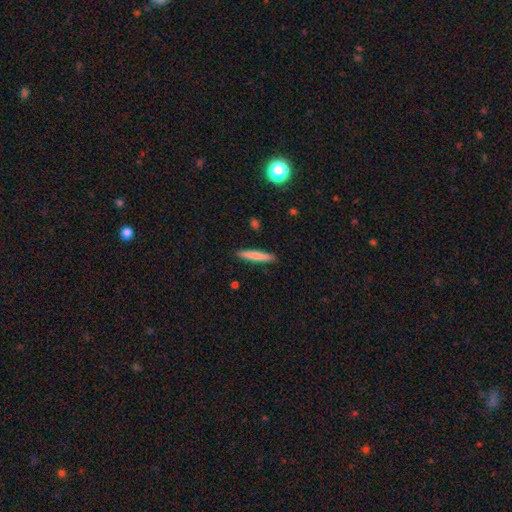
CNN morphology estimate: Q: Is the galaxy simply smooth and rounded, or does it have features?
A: smooth — 74%.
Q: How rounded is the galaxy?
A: cigar-shaped — 93%.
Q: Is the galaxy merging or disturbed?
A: none — 91%.